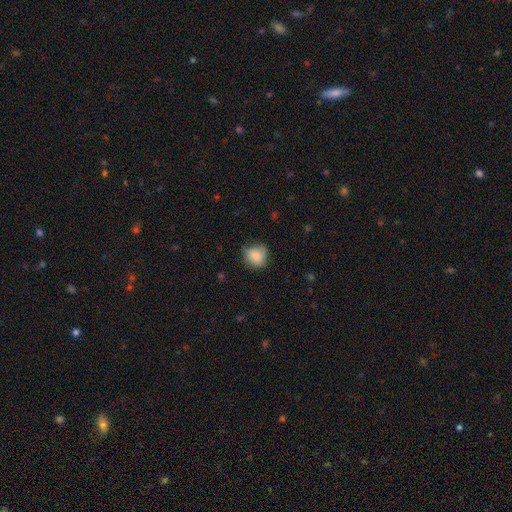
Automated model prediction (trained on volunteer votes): Overall: smooth (82%). How rounded: round (76%). Merging: none (62%; minor disturbance 29%).